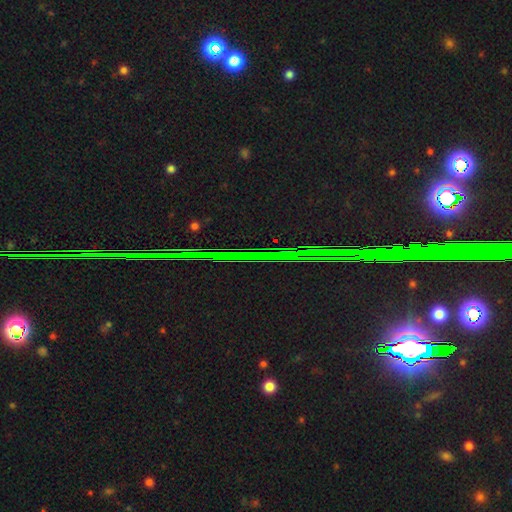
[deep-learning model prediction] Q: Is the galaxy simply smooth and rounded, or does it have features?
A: star or artifact — 84%.